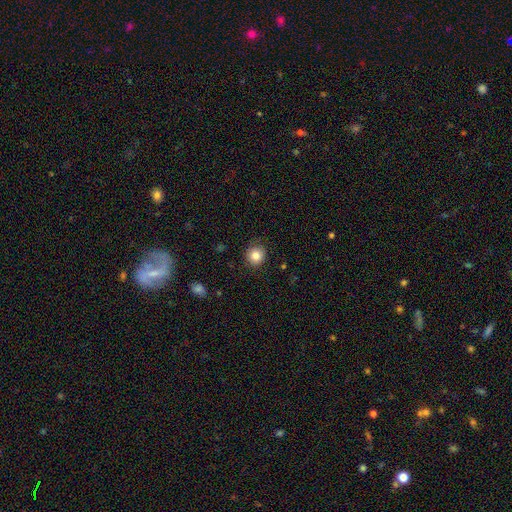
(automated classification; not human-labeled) A smooth galaxy with no disk features (85%) that is round (90%).

Vote fractions:
- Smooth or featured? smooth: 85% / star or artifact: 10% / featured or disk: 5%
- How rounded? round: 90% / in between: 9% / cigar-shaped: 1%
- Merging? none: 86% / minor disturbance: 10% / major disturbance: 3% / merger: 1%